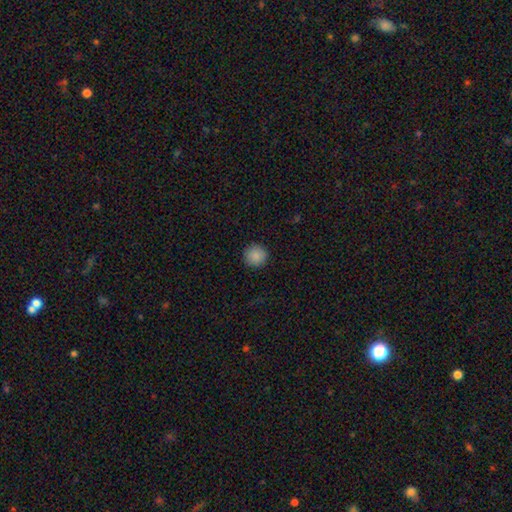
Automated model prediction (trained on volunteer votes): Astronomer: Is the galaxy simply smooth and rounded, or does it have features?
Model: smooth — 88%.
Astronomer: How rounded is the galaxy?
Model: round — 95%.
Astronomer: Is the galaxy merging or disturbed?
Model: none — 92%.